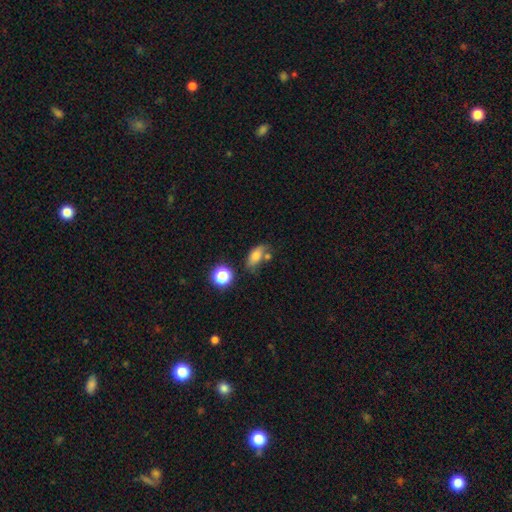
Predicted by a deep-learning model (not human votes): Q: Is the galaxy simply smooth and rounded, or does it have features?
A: smooth — 72%.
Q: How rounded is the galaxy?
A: in between — 80%.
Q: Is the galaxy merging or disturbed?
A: none — 42%.